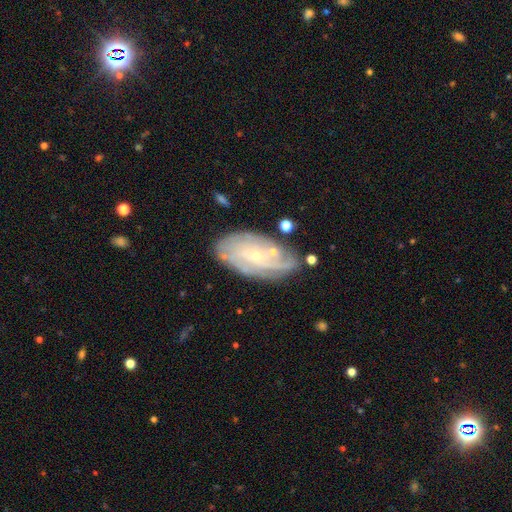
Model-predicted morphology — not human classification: Q: Smooth or featured?
A: featured or disk (76%); runner-up: smooth (17%)
Q: Edge-on disk?
A: no (94%); runner-up: yes (6%)
Q: Bar?
A: no (75%); runner-up: weak (21%)
Q: Spiral arms?
A: yes (90%); runner-up: no (10%)
Q: Spiral winding?
A: tight (66%); runner-up: medium (25%)
Q: Spiral arm count?
A: can't tell (48%); runner-up: 4 (16%)
Q: Bulge size?
A: small (82%); runner-up: moderate (14%)
Q: Merging?
A: none (72%); runner-up: minor disturbance (18%)